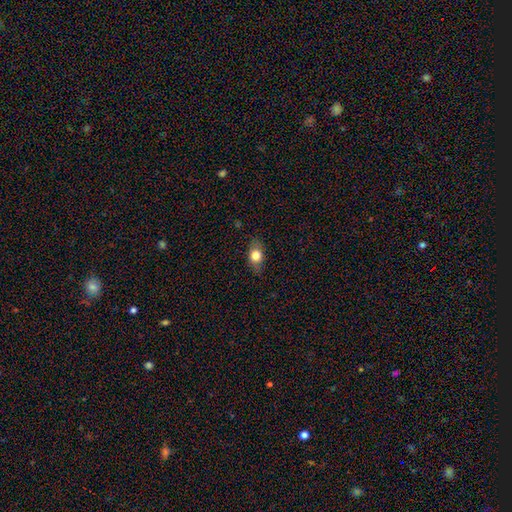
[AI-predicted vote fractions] A smooth galaxy with no disk features (75%) that is in between round and cigar-shaped (70%). Merging: none (81%).